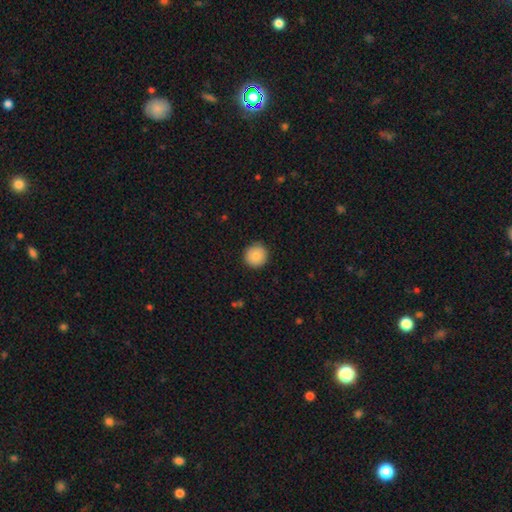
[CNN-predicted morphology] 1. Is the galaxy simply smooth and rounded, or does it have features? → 86% smooth, 8% star or artifact, 6% featured or disk.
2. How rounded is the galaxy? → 95% round, 4% in between, 1% cigar-shaped.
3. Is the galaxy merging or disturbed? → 90% none, 7% minor disturbance, 2% major disturbance, 1% merger.